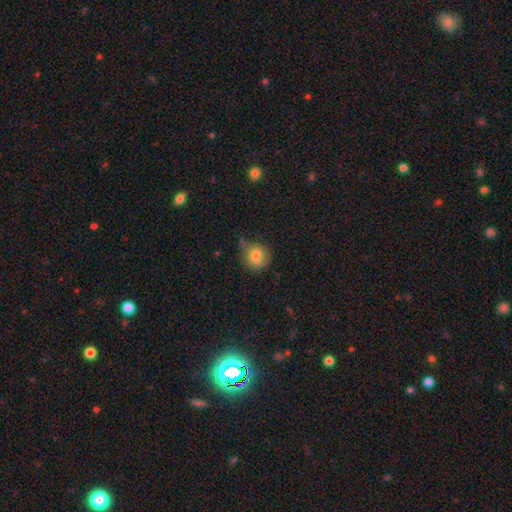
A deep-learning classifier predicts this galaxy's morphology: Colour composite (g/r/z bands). It shows a smooth galaxy with no disk features (74%) that is round (81%). Merging: none (53%).